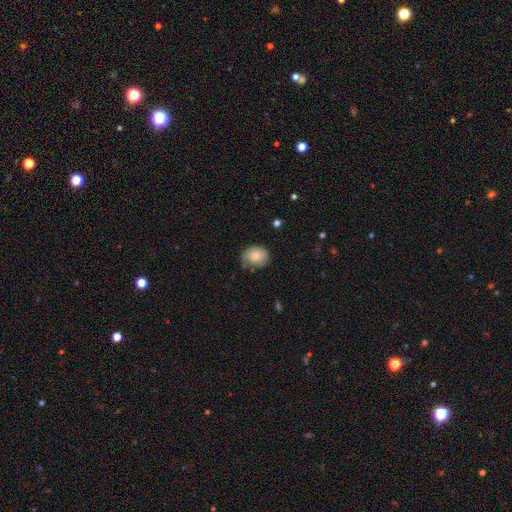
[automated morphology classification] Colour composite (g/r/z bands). It shows a smooth galaxy with no disk features (80%) that is round (53%). Merging: none (69%).